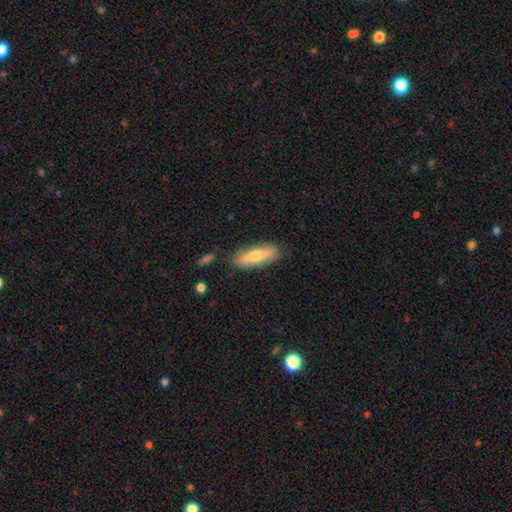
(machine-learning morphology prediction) A smooth galaxy with no disk features (61%) that is in between round and cigar-shaped (51%).

Vote fractions:
- Smooth or featured? smooth: 61% / featured or disk: 32% / star or artifact: 7%
- How rounded? in between: 51% / cigar-shaped: 47% / round: 2%
- Merging? none: 85% / minor disturbance: 11% / major disturbance: 2% / merger: 2%